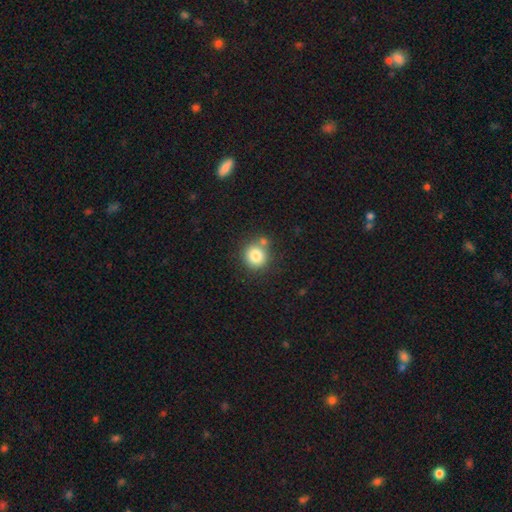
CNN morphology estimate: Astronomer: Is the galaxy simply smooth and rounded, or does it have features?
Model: smooth — 81%.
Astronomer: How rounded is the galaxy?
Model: round — 89%.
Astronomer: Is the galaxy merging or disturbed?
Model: none — 67%.